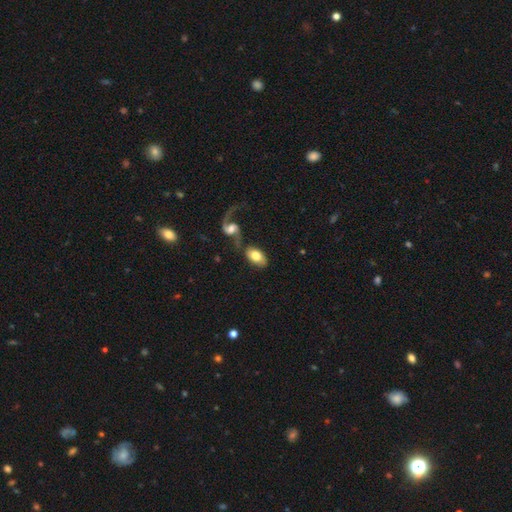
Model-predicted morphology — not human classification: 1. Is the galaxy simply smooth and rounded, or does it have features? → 68% smooth, 26% featured or disk, 6% star or artifact.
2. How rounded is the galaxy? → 91% in between, 8% round, 2% cigar-shaped.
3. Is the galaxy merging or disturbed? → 48% none, 29% merger, 14% minor disturbance, 9% major disturbance.